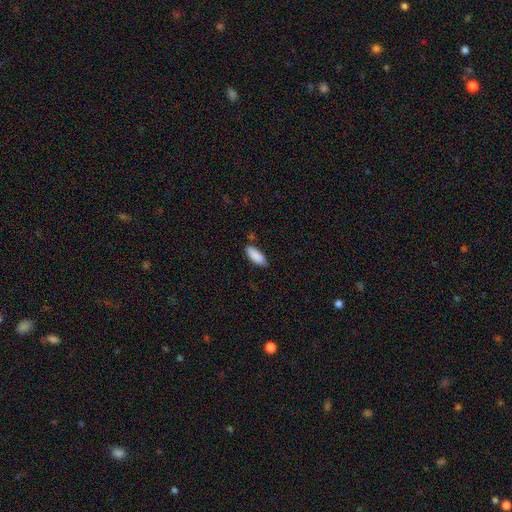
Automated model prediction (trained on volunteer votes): Overall: smooth (89%). How rounded: in between (76%). Merging: none (78%).